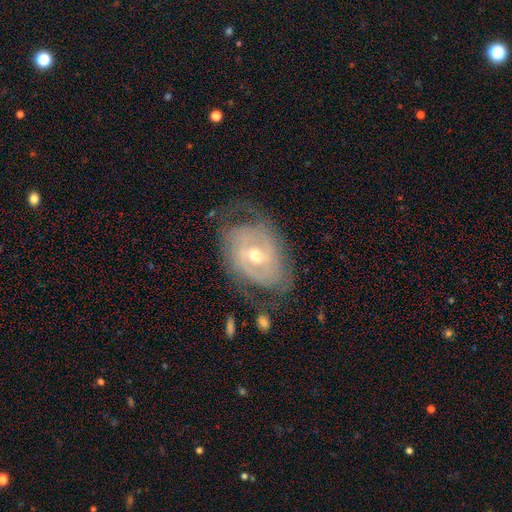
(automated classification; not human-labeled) A featured or disk galaxy (77%) with no bar (50%), tight (59%) spiral arms (75%) and a moderate central bulge (63%). Merging: none (55%).